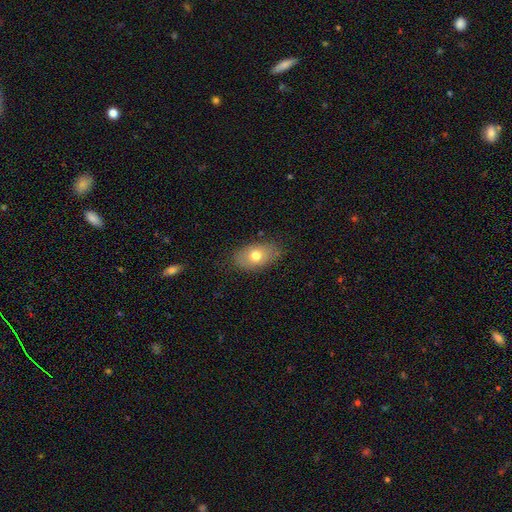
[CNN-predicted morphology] Overall: smooth (71%). How rounded: in between (88%). Merging: none (79%).